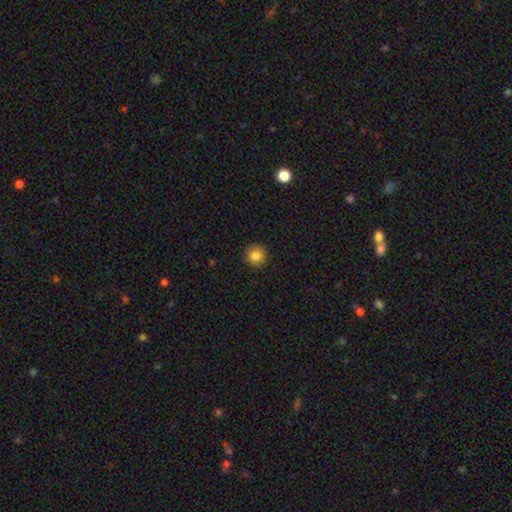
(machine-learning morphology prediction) smooth-or-featured: smooth: 85% | star or artifact: 10% | featured or disk: 5%
  how-rounded: round: 94% | in between: 5% | cigar-shaped: 1%
  merging: none: 92% | minor disturbance: 6% | major disturbance: 2% | merger: 1%